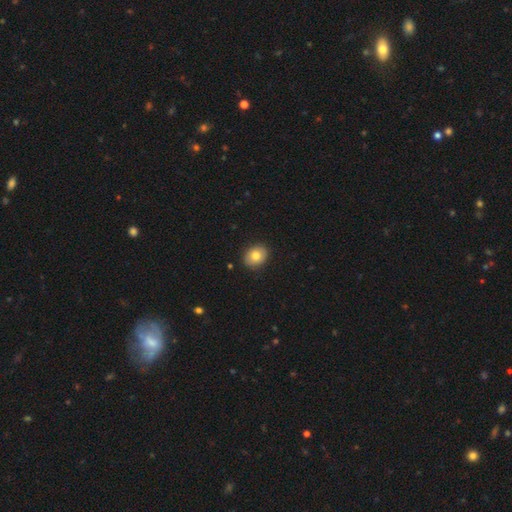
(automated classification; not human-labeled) smooth-or-featured: smooth: 80% | featured or disk: 12% | star or artifact: 8%
  how-rounded: in between: 50% (tied) | round: 50% (tied) | cigar-shaped: 1%
  merging: none: 89% | minor disturbance: 8% | major disturbance: 2% | merger: 1%